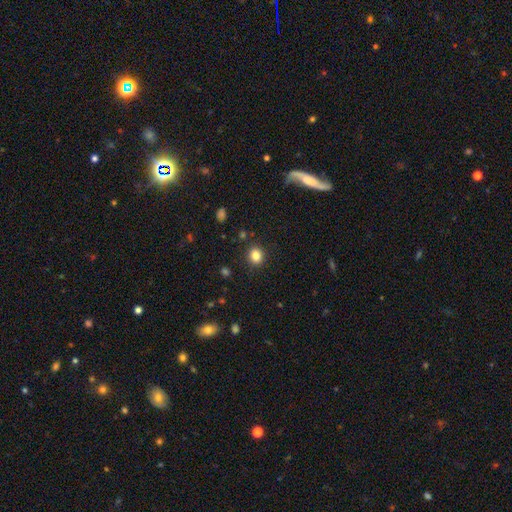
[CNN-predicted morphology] Overall: smooth (84%). How rounded: round (69%; in between 30%). Merging: none (88%).